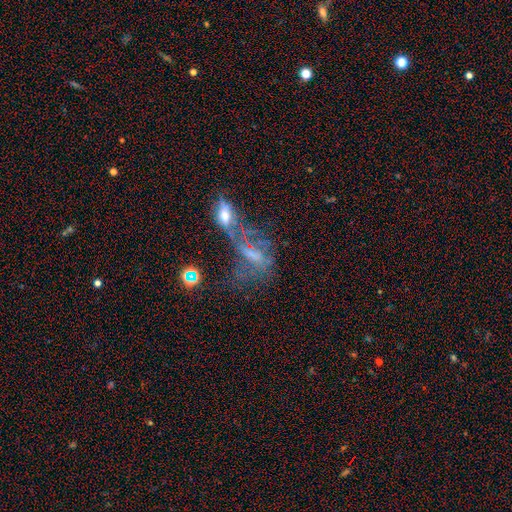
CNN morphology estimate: Smooth or featured? featured or disk (49%)
Merging? merger (37%)